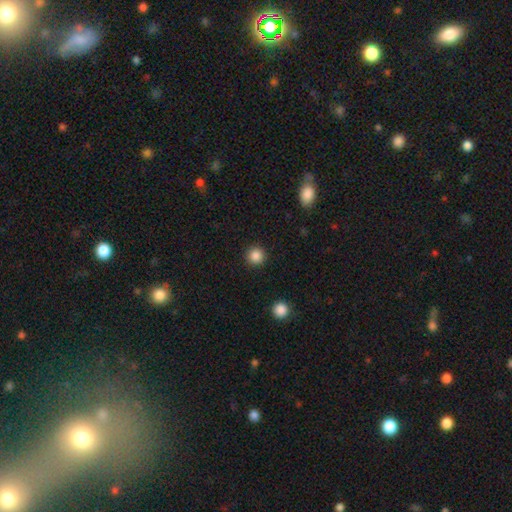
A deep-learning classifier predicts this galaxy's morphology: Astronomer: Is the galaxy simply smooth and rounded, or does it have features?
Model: smooth — 86%.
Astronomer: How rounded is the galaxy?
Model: round — 96%.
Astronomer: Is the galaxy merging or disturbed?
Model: none — 92%.